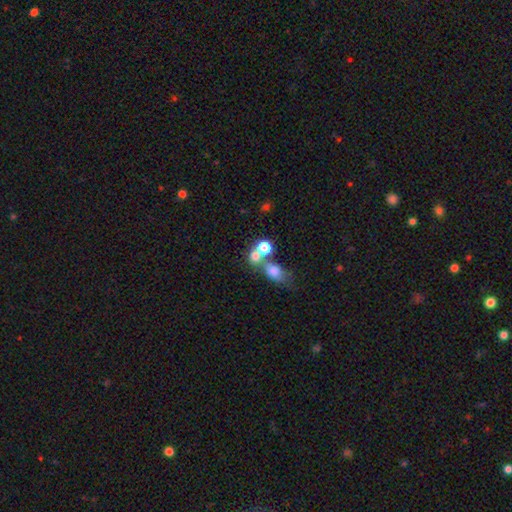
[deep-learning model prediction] This appears to be a smooth galaxy with no disk features (67%) that is round (64%). Merging: merger (52%).